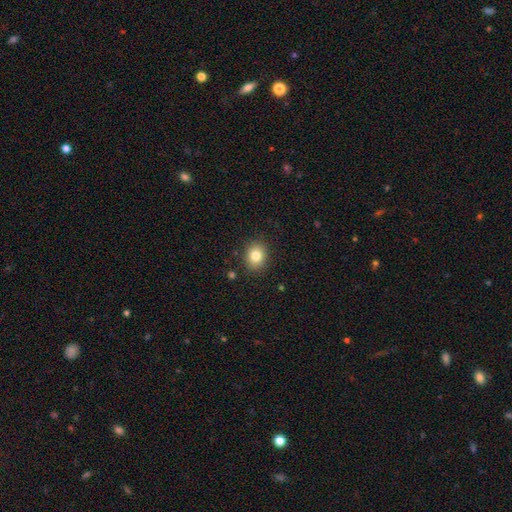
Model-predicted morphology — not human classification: smooth_or_featured: smooth (p=0.82) [alt: star or artifact p=0.10]
how_rounded: round (p=0.59) [alt: in between p=0.40]
merging: none (p=0.88) [alt: minor disturbance p=0.09]